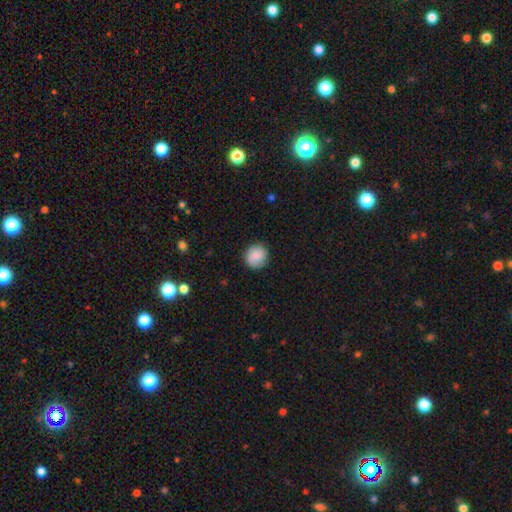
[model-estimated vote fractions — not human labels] Overall: smooth (85%). How rounded: round (89%). Merging: none (86%).